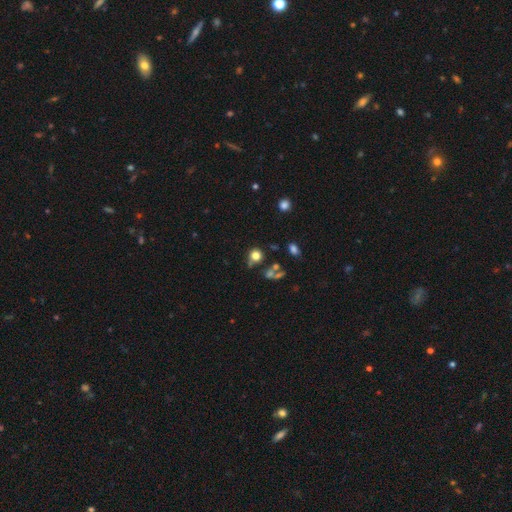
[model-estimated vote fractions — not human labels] A smooth galaxy with no disk features (76%) that is round (86%).

Vote fractions:
- Smooth or featured? smooth: 76% / star or artifact: 15% / featured or disk: 9%
- How rounded? round: 86% / in between: 13% / cigar-shaped: 1%
- Merging? none: 60% / merger: 17% / minor disturbance: 15% / major disturbance: 8%